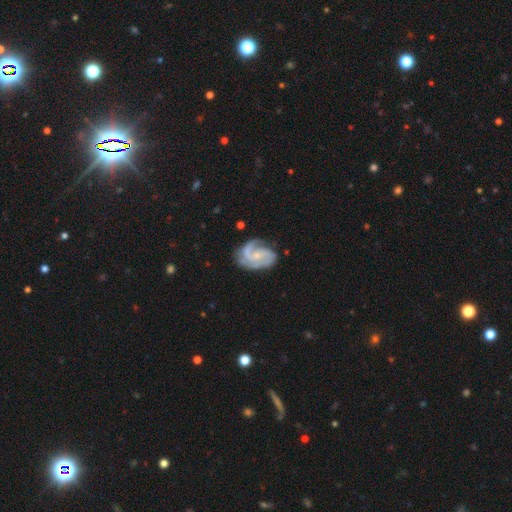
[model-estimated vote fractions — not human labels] A featured or disk galaxy (90%) with no bar (58%), 2 (55%) medium (50%) spiral arms (98%) and a small central bulge (70%).

Vote fractions:
- Smooth or featured? featured or disk: 90% / smooth: 6% / star or artifact: 4%
- Edge-on disk? no: 98% / yes: 2%
- Bar? no: 58% / weak: 34% / strong: 8%
- Spiral arms? yes: 98% / no: 2%
- Spiral winding? medium: 50% / tight: 37% / loose: 13%
- Spiral arm count? 2: 55% / 3: 28% / can't tell: 7% / 1: 4% / 4: 3% / more than 4: 3%
- Bulge size? small: 70% / moderate: 23% / none: 6% / large: 1% / dominant: 1%
- Merging? none: 68% / minor disturbance: 21% / major disturbance: 9% / merger: 2%